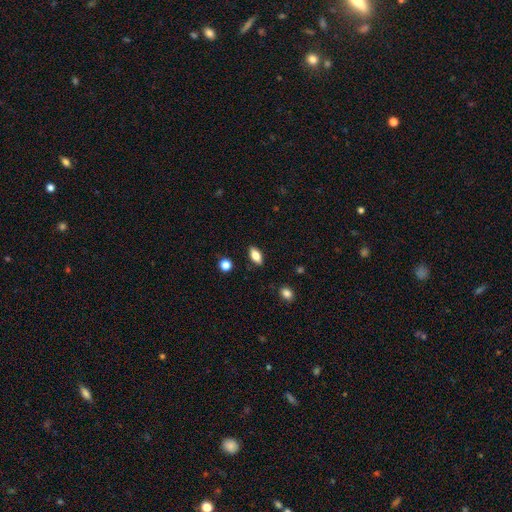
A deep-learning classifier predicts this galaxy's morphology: This appears to be a smooth galaxy with no disk features (76%) that is in between round and cigar-shaped (85%). Merging: none (87%).